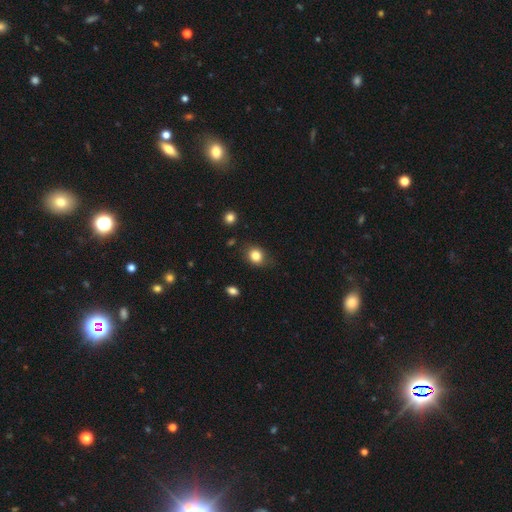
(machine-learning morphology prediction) This is clearly a smooth galaxy (84%). How rounded: likely round (60%). Merging: likely none (78%).